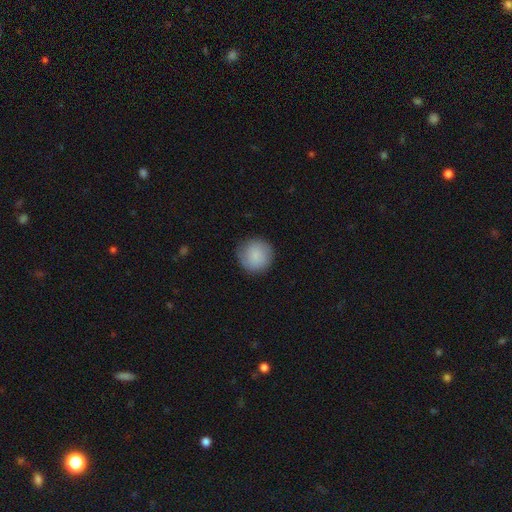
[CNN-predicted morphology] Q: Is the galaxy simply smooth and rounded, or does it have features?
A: smooth — 85%.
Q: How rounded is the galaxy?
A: round — 95%.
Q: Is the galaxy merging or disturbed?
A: none — 85%.